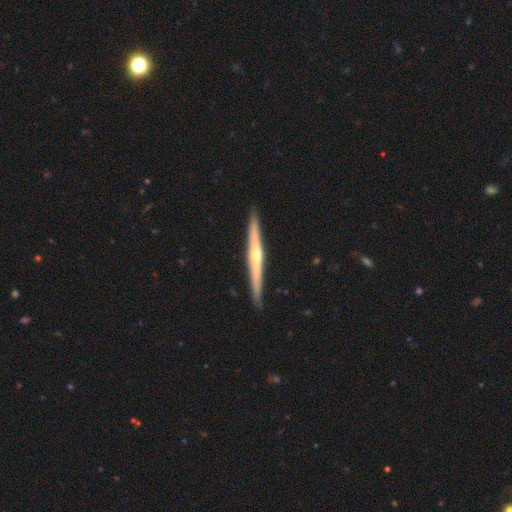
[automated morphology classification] A featured or disk galaxy (72%) viewed edge-on (98%) with a rounded central bulge (78%).

Vote fractions:
- Smooth or featured? featured or disk: 72% / smooth: 23% / star or artifact: 5%
- Edge-on disk? yes: 98% / no: 2%
- Edge-on bulge? rounded: 78% / none: 18% / boxy: 4%
- Merging? none: 91% / minor disturbance: 7% / major disturbance: 1% / merger: 1%